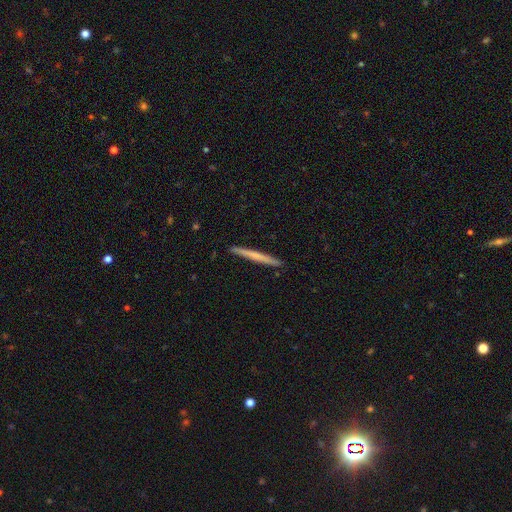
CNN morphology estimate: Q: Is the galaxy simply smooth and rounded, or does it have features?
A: smooth — 55%.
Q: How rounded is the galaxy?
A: cigar-shaped — 97%.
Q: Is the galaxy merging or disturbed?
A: none — 92%.